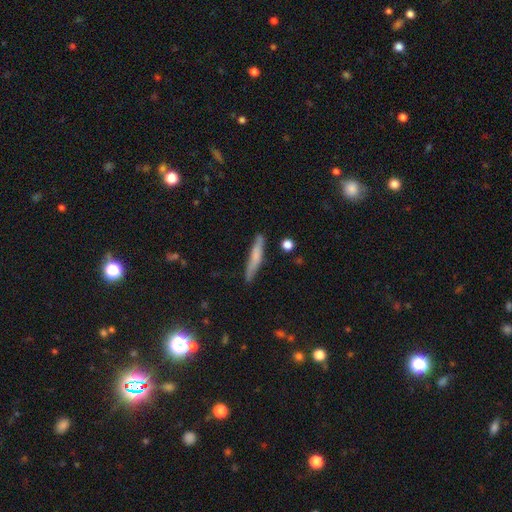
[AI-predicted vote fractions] Overall: smooth (62%; featured or disk 31%). How rounded: cigar-shaped (93%). Merging: none (81%).